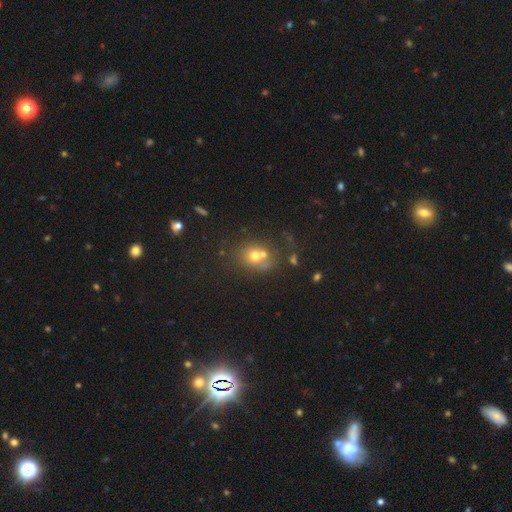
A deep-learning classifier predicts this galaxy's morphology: Smooth or featured? Predicted: smooth (p=0.60). How rounded? Predicted: round (p=0.68). Merging? Predicted: none (p=0.41, tied with merger).